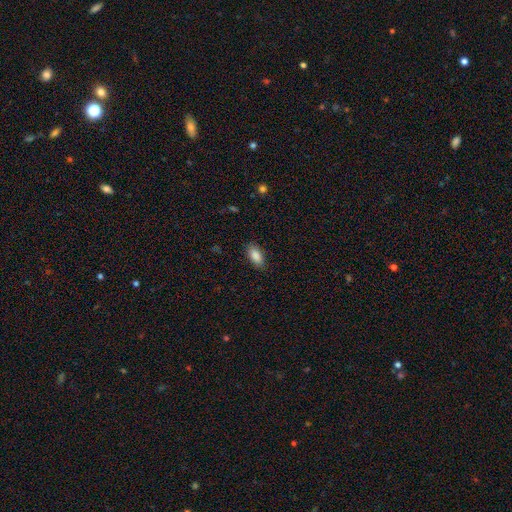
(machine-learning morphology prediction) Q: Smooth or featured?
A: smooth (88%); runner-up: star or artifact (7%)
Q: How rounded?
A: in between (91%); runner-up: cigar-shaped (6%)
Q: Merging?
A: none (87%); runner-up: minor disturbance (9%)